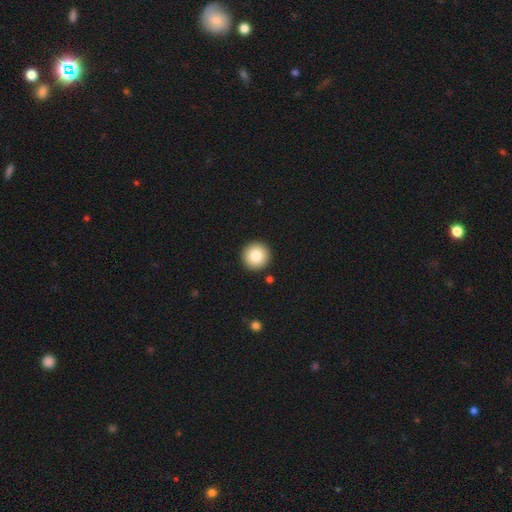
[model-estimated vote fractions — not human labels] Smooth or featured? Predicted: smooth (p=0.82). How rounded? Predicted: round (p=0.96). Merging? Predicted: none (p=0.93).